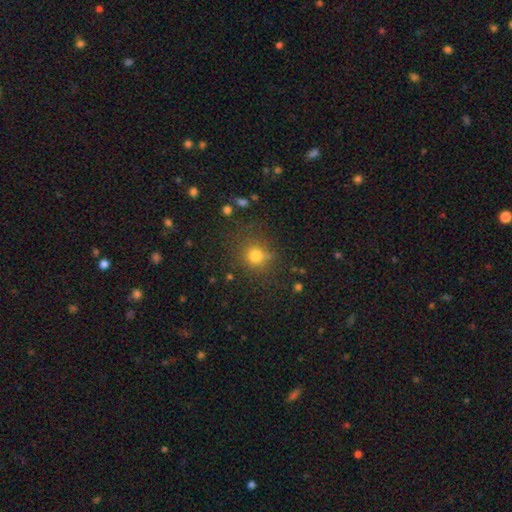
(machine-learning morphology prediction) Smooth or featured: smooth — 75% (star or artifact — 17%)
How rounded: round — 87% (in between — 12%)
Merging: none — 75% (minor disturbance — 14%)